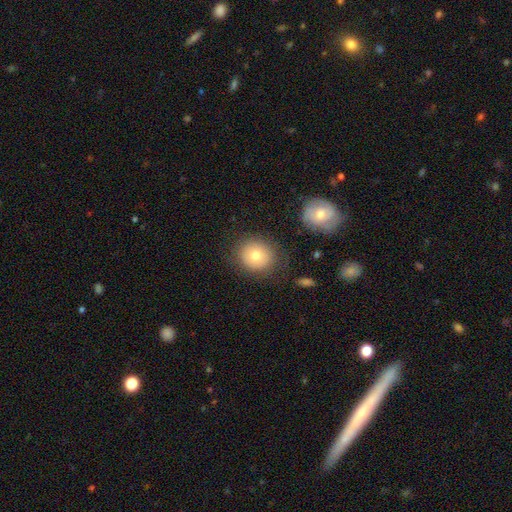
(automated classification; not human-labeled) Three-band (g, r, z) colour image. It shows a smooth galaxy with no disk features (76%) that is round (82%). Merging: none (82%).